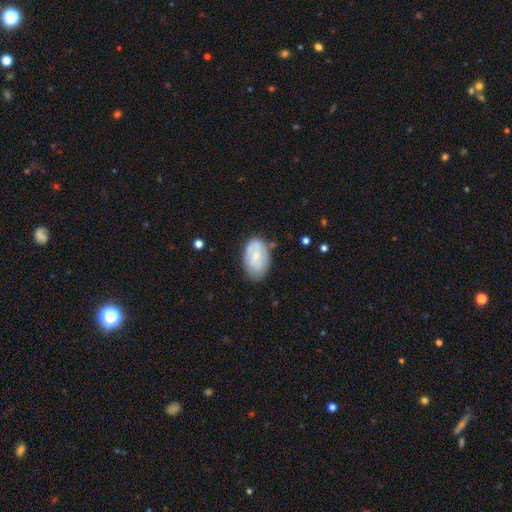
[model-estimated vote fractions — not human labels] The model was most divided on "smooth or featured": smooth: 64%, featured or disk: 29%, star or artifact: 7%. More confident: how rounded — in between (92%); merging — none (69%).